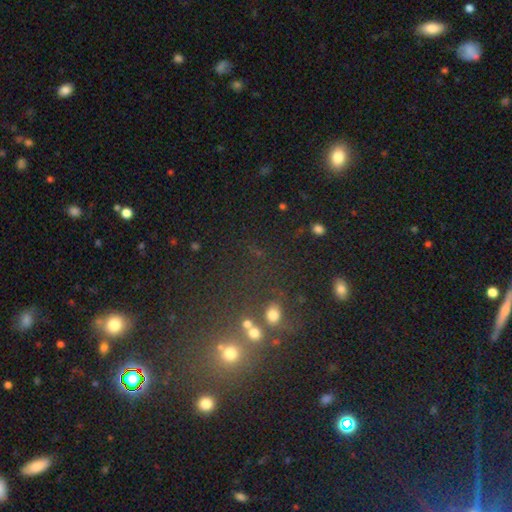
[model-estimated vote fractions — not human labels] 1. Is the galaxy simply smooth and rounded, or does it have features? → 50% star or artifact, 40% smooth, 11% featured or disk.